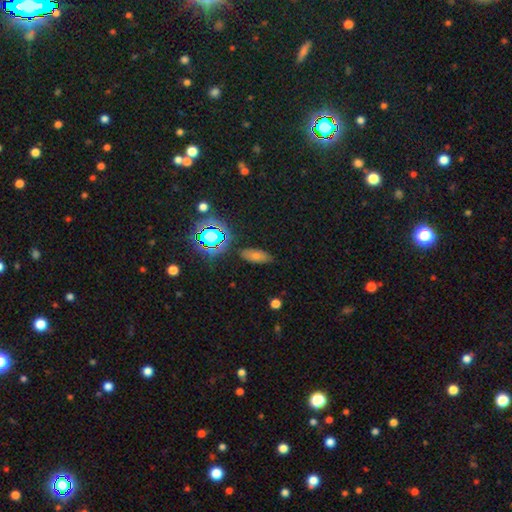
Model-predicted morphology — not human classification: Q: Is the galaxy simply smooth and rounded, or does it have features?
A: smooth — 47%.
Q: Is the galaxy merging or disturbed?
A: none — 83%.